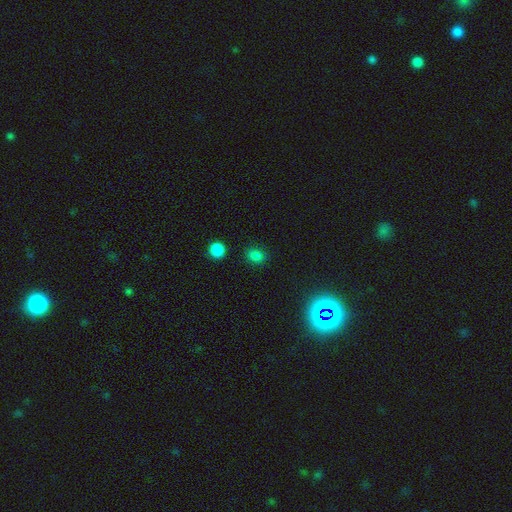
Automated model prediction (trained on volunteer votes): A smooth galaxy with no disk features (81%) that is in between round and cigar-shaped (53%).

Vote fractions:
- Smooth or featured? smooth: 81% / star or artifact: 15% / featured or disk: 4%
- How rounded? in between: 53% / round: 46% / cigar-shaped: 2%
- Merging? none: 86% / minor disturbance: 9% / major disturbance: 3% / merger: 2%